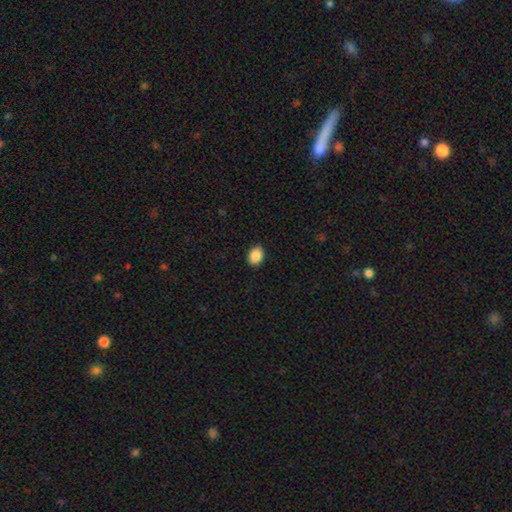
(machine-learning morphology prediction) Q: Smooth or featured?
A: smooth (89%); runner-up: star or artifact (8%)
Q: How rounded?
A: in between (64%); runner-up: round (35%)
Q: Merging?
A: none (88%); runner-up: minor disturbance (9%)